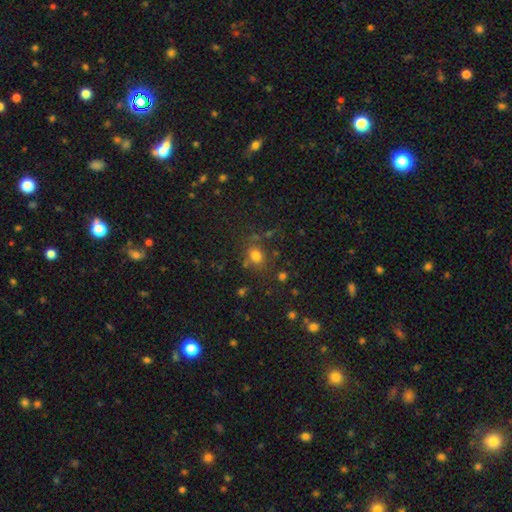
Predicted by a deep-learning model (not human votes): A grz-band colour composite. It shows a smooth galaxy with no disk features (75%) that is round (59%). Merging: none (71%).